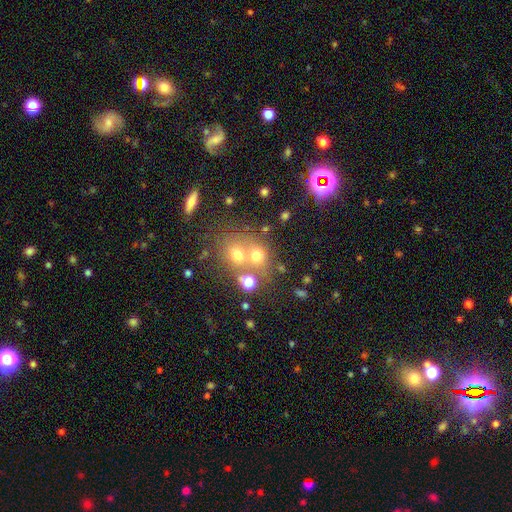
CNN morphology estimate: Overall: smooth (62%). How rounded: round (75%). Merging: merger (48%; none 40%).